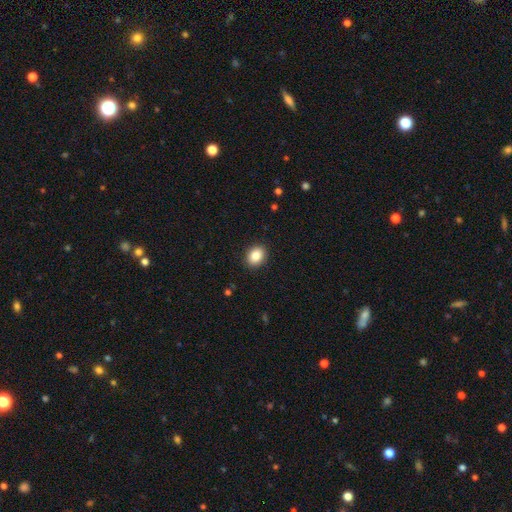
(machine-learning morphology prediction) Smooth or featured? smooth (86%)
How rounded? in between (58%)
Merging? none (90%)